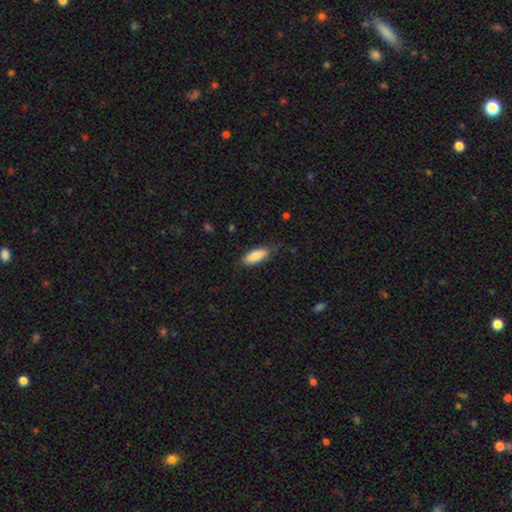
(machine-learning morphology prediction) smooth-or-featured: smooth: 87% | featured or disk: 7% | star or artifact: 6%
  how-rounded: in between: 76% | cigar-shaped: 22% | round: 2%
  merging: none: 77% | minor disturbance: 18% | major disturbance: 4% | merger: 1%